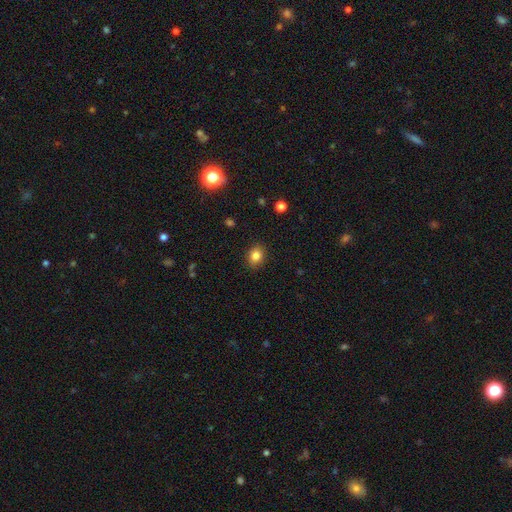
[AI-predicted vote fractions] smooth-or-featured: smooth: 83% | star or artifact: 10% | featured or disk: 6%
  how-rounded: in between: 56% | round: 43% | cigar-shaped: 1%
  merging: none: 89% | minor disturbance: 8% | major disturbance: 2% | merger: 1%